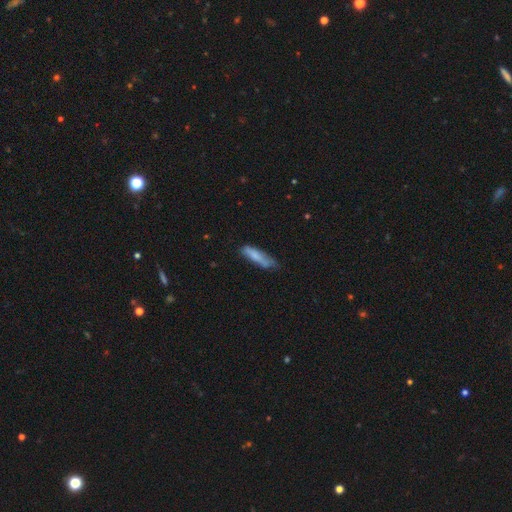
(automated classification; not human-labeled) Overall: smooth (75%). How rounded: cigar-shaped (75%). Merging: none (58%; minor disturbance 31%).